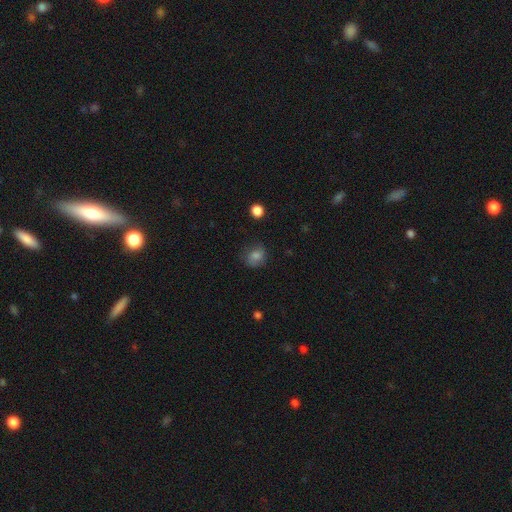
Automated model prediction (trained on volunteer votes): Q: Smooth or featured?
A: smooth (75%); runner-up: featured or disk (12%)
Q: How rounded?
A: round (67%); runner-up: in between (32%)
Q: Merging?
A: none (70%); runner-up: minor disturbance (22%)